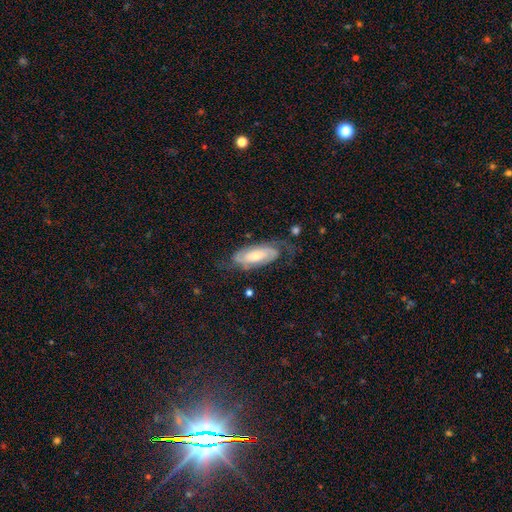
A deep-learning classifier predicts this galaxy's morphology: Smooth or featured? Predicted: featured or disk (p=0.65). Edge-on disk? Predicted: no (p=0.89). Bar? Predicted: no (p=0.60). Spiral arms? Predicted: yes (p=0.88). Spiral winding? Predicted: tight (p=0.44). Spiral arm count? Predicted: 2 (p=0.62). Bulge size? Predicted: moderate (p=0.44). Merging? Predicted: none (p=0.55).